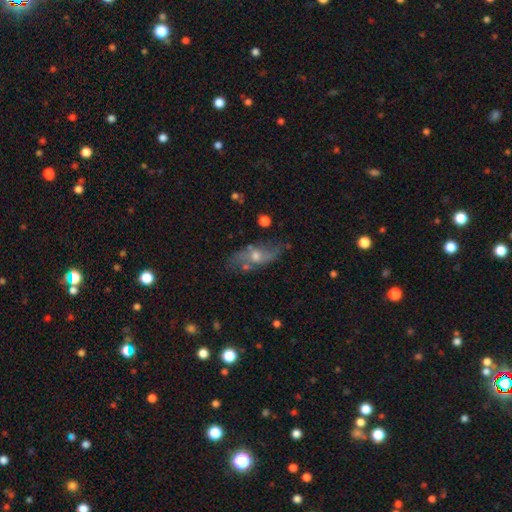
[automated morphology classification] This is possibly a featured or disk galaxy (57%). It is likely not viewed edge-on (75%). Merging: likely none (65%).